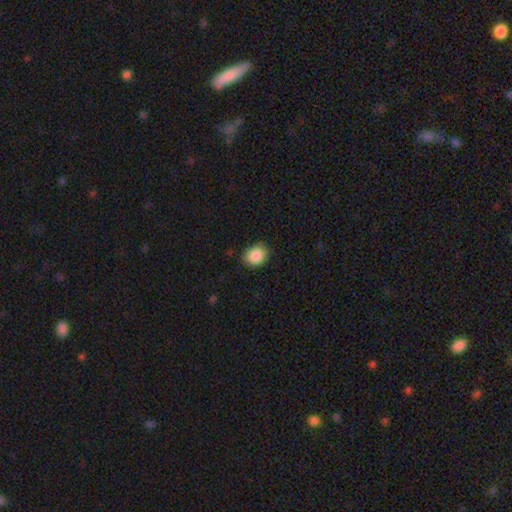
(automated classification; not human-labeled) Smooth or featured?
  - smooth: 87% *
  - star or artifact: 8%
  - featured or disk: 5%
How rounded?
  - round: 56% *
  - in between: 43%
  - cigar-shaped: 1%
Merging?
  - none: 84% *
  - minor disturbance: 12%
  - major disturbance: 2%
  - merger: 1%